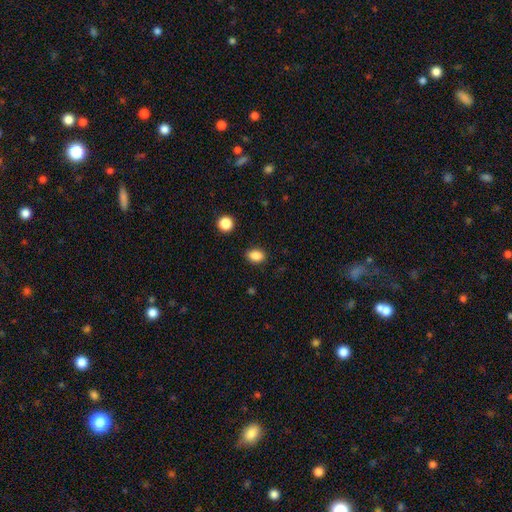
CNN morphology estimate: This is clearly a smooth galaxy (86%). How rounded: likely in between (72%). Merging: clearly none (86%).